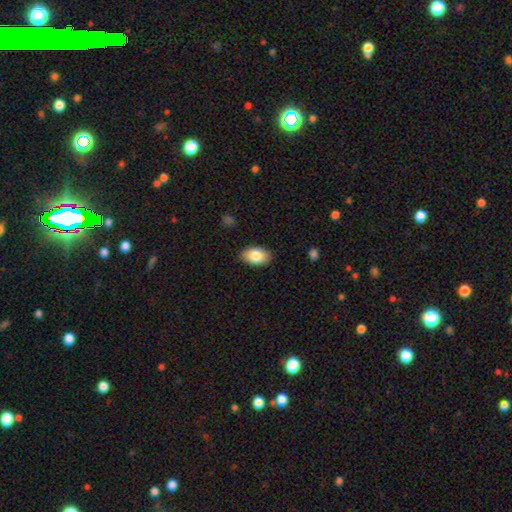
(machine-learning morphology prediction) type=smooth (83%); roundness=in between (92%); merging=none (87%).